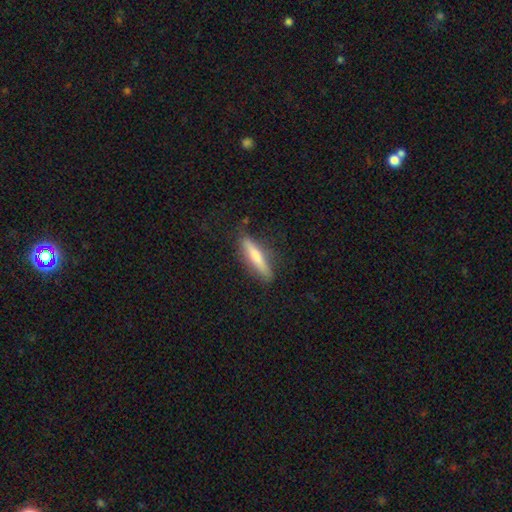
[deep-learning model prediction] smooth 58%, featured or disk 36%, star or artifact 6%. Down the decision tree: how rounded — cigar-shaped (88%); merging — none (83%).